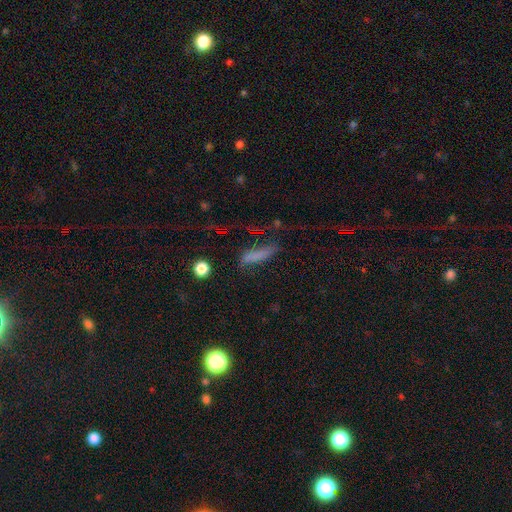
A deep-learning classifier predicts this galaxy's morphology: Smooth or featured?
  - smooth: 69% *
  - star or artifact: 16%
  - featured or disk: 16%
How rounded?
  - cigar-shaped: 74% *
  - in between: 22%
  - round: 4%
Merging?
  - none: 61% *
  - minor disturbance: 24%
  - major disturbance: 11%
  - merger: 4%